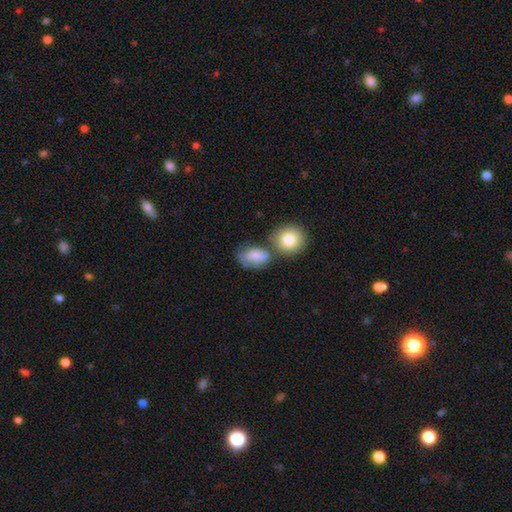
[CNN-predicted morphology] smooth-or-featured: smooth: 76% | featured or disk: 17% | star or artifact: 8%
  how-rounded: in between: 77% | round: 21% | cigar-shaped: 2%
  merging: none: 40% | merger: 27% | minor disturbance: 22% | major disturbance: 11%